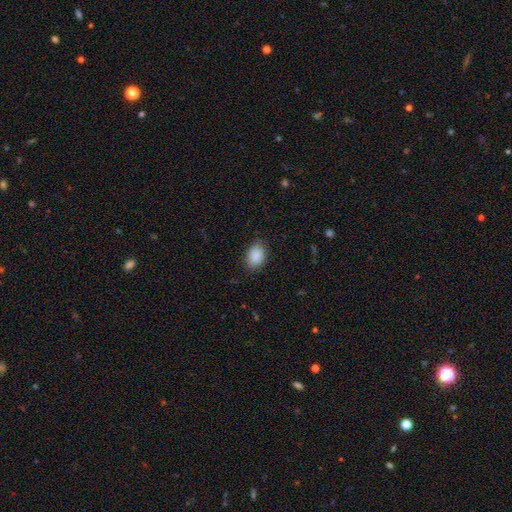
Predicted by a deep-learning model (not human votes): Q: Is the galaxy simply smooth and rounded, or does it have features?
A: smooth — 89%.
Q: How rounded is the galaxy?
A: in between — 80%.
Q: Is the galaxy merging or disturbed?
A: none — 83%.